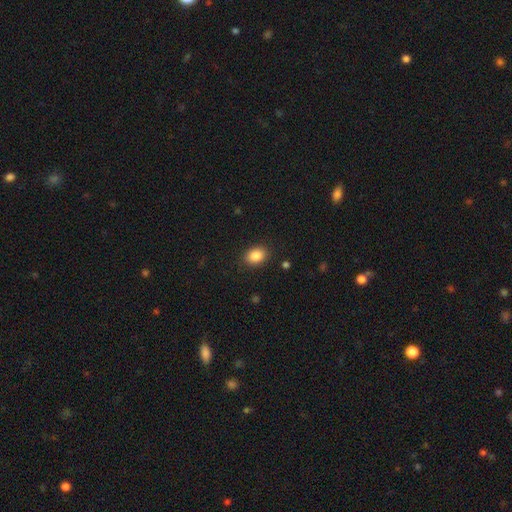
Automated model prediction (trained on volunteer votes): Smooth or featured?
  - smooth: 86% *
  - star or artifact: 9%
  - featured or disk: 5%
How rounded?
  - in between: 69% *
  - round: 30%
  - cigar-shaped: 1%
Merging?
  - none: 87% *
  - minor disturbance: 9%
  - major disturbance: 3%
  - merger: 1%